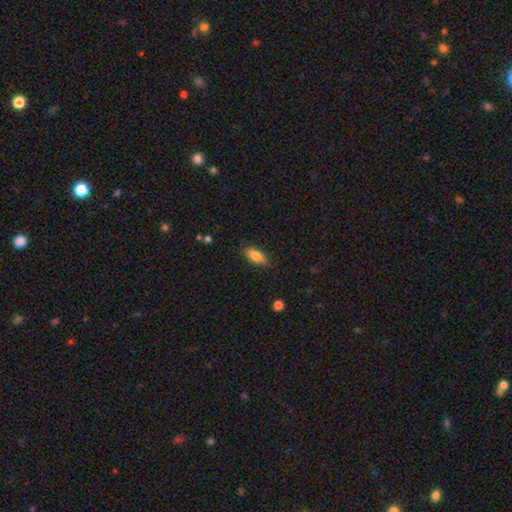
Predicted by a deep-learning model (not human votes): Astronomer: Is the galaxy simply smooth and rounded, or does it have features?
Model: smooth — 78%.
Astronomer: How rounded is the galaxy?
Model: in between — 71%.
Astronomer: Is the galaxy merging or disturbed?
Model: none — 85%.